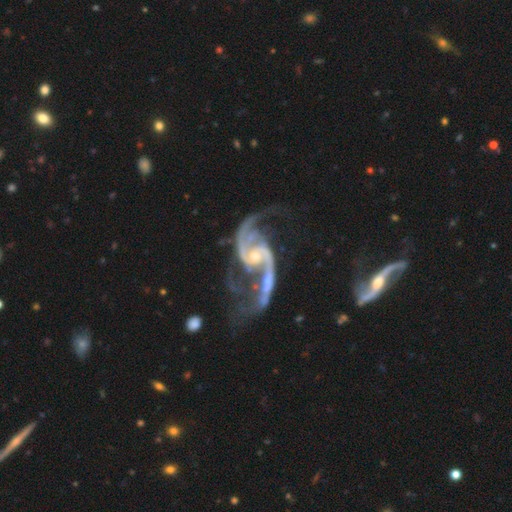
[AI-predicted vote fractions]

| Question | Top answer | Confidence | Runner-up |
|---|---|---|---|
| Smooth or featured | featured or disk | 93% | star or artifact (5%) |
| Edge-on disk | no | 97% | yes (3%) |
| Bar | no | 47% | weak (34%) |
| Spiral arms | yes | 98% | no (2%) |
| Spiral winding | loose | 54% | medium (37%) |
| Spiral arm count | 2 | 87% | 3 (4%) |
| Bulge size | small | 70% | moderate (26%) |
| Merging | none | 41% | major disturbance (25%) |